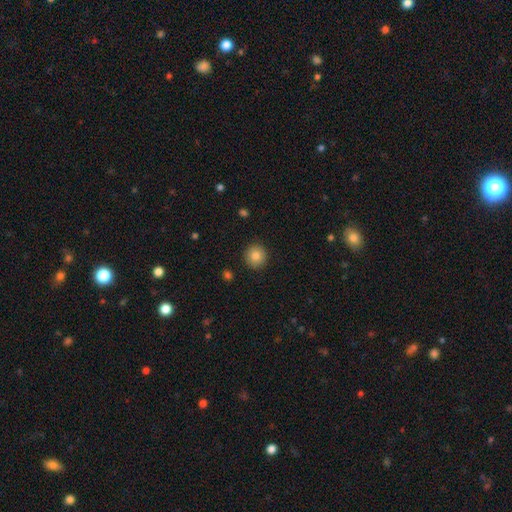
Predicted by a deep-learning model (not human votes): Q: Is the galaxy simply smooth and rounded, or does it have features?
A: smooth — 84%.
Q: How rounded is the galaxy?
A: round — 93%.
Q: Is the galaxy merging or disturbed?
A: none — 92%.